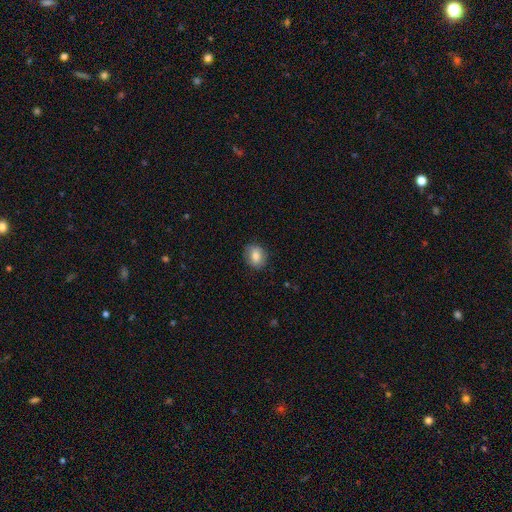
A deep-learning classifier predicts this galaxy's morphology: Smooth or featured: smooth — 79% (featured or disk — 12%)
How rounded: round — 51% (in between — 48%)
Merging: none — 83% (minor disturbance — 13%)